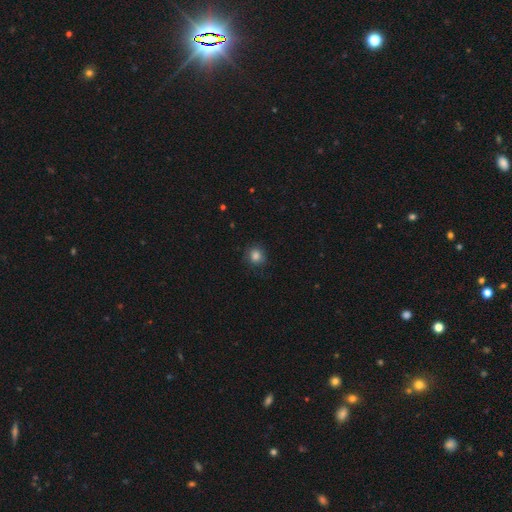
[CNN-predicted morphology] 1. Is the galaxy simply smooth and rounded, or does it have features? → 84% smooth, 11% star or artifact, 5% featured or disk.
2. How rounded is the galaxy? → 84% round, 15% in between, 1% cigar-shaped.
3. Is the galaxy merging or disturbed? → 82% none, 13% minor disturbance, 4% major disturbance, 1% merger.